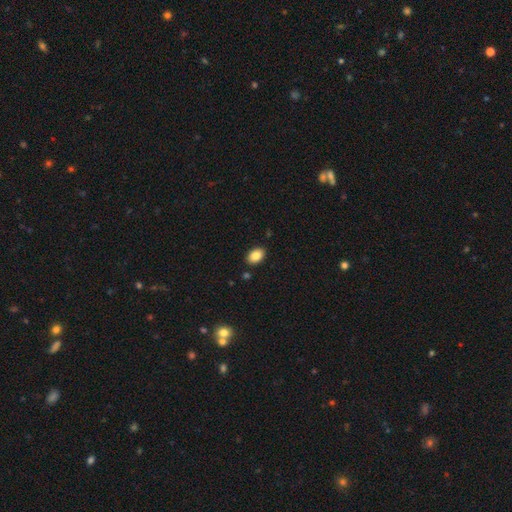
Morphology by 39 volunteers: Smooth or featured? 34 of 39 (87%) said smooth. How rounded? 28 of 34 (82%) said in between. Merging? 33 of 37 (89%) said none.